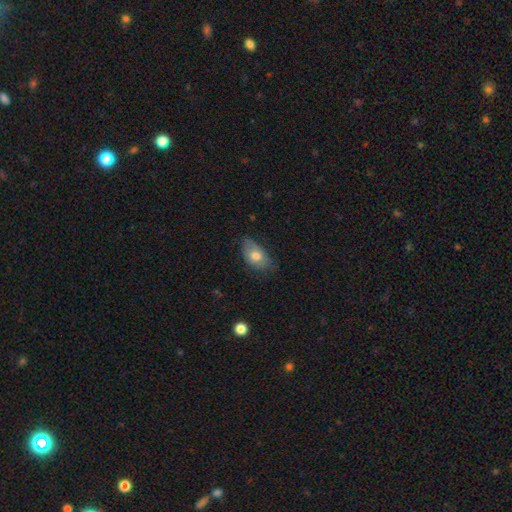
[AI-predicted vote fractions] A smooth galaxy with no disk features (73%) that is in between round and cigar-shaped (90%).

Vote fractions:
- Smooth or featured? smooth: 73% / featured or disk: 19% / star or artifact: 7%
- How rounded? in between: 90% / round: 8% / cigar-shaped: 2%
- Merging? none: 58% / minor disturbance: 32% / major disturbance: 8% / merger: 1%